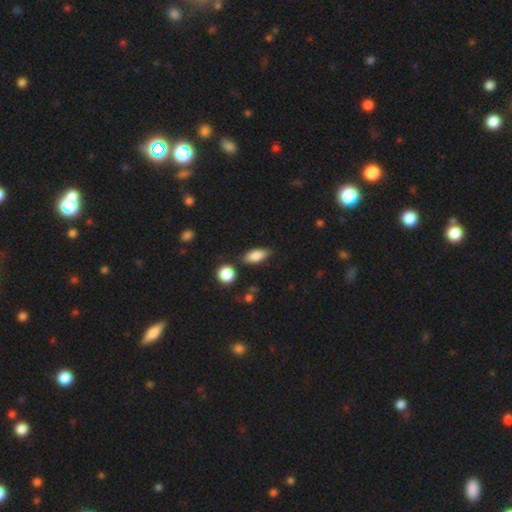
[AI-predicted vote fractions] The model was most divided on "merging": none: 77%, minor disturbance: 16%, merger: 4%, major disturbance: 3%. More confident: how rounded — in between (82%); smooth or featured — smooth (81%).